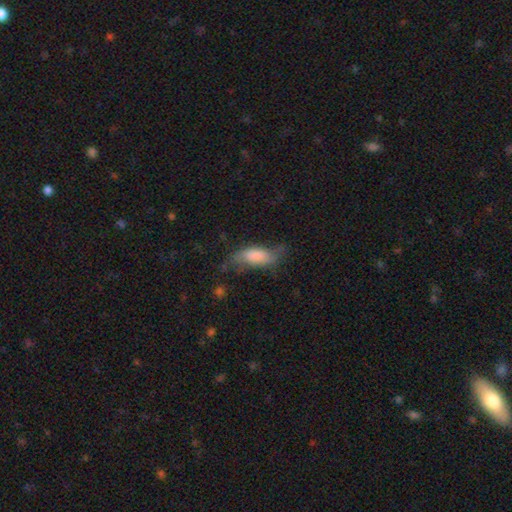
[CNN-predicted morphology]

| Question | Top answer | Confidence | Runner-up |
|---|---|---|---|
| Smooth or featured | smooth | 65% | featured or disk (27%) |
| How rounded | in between | 71% | cigar-shaped (26%) |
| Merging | none | 51% | minor disturbance (31%) |